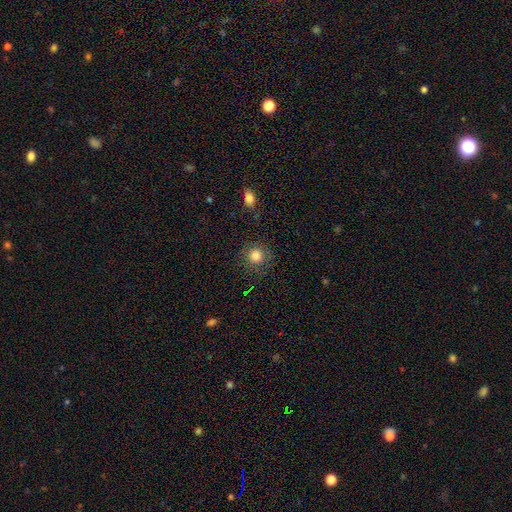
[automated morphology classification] The model was most divided on "smooth or featured": smooth: 83%, star or artifact: 11%, featured or disk: 6%. More confident: how rounded — round (92%); merging — none (84%).